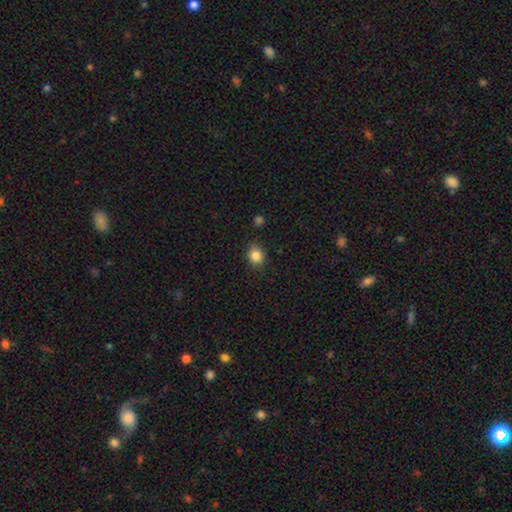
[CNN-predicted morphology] Smooth or featured? smooth (85%)
How rounded? round (65%)
Merging? none (83%)